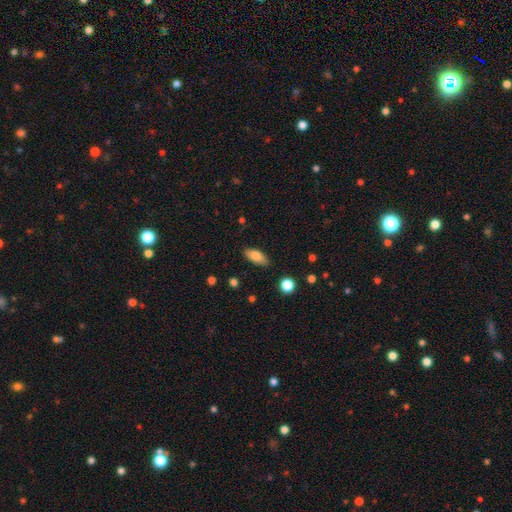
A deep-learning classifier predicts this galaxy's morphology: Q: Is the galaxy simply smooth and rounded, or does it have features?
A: smooth — 78%.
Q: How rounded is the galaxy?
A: in between — 85%.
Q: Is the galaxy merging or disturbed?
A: none — 85%.